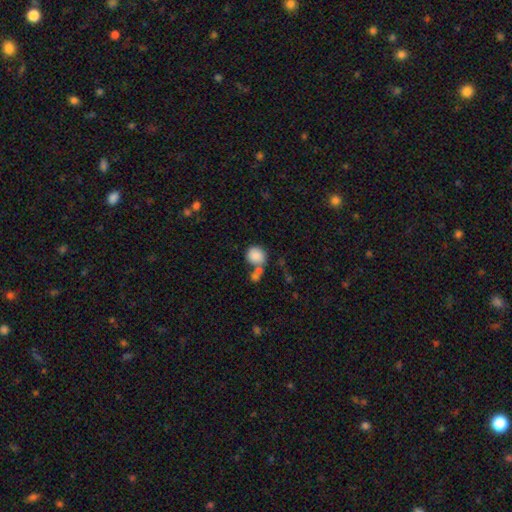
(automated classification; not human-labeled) Overall: smooth (85%). How rounded: round (84%). Merging: none (53%; merger 28%).